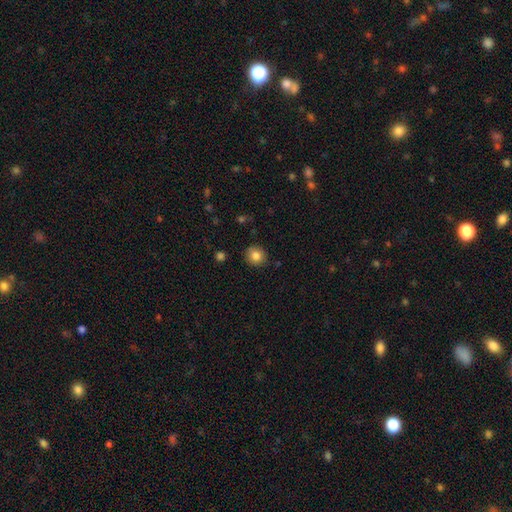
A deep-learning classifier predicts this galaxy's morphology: smooth 83%, star or artifact 10%, featured or disk 7%. Down the decision tree: how rounded — round (88%); merging — none (88%).